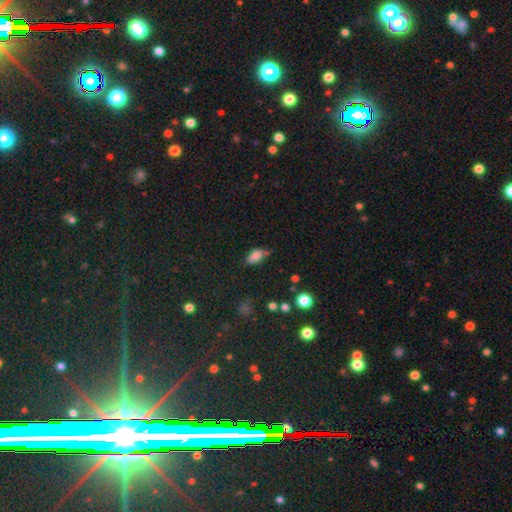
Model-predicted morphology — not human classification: type=smooth (76%); roundness=in between (88%); merging=none (52%).